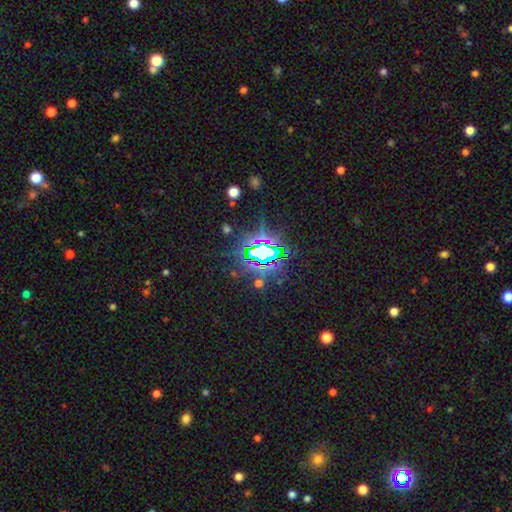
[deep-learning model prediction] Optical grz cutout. It shows a star or artifact, not a galaxy (81%).